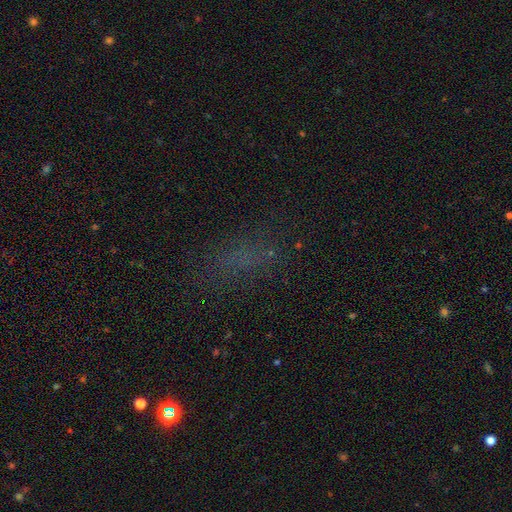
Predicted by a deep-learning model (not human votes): Overall: smooth (49%; star or artifact 35%). Merging: none (68%).